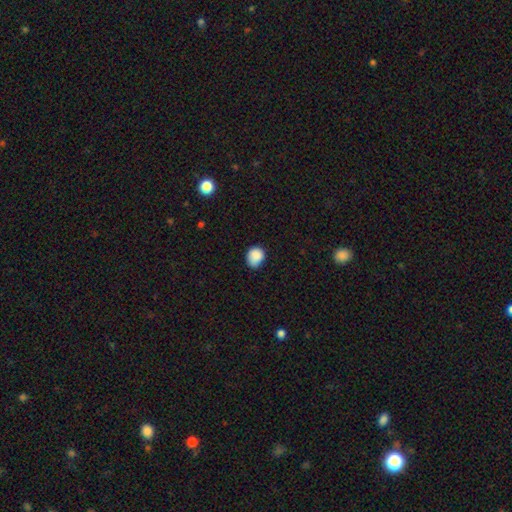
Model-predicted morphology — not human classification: This appears to be a smooth galaxy with no disk features (87%) that is round (68%). Merging: none (67%).